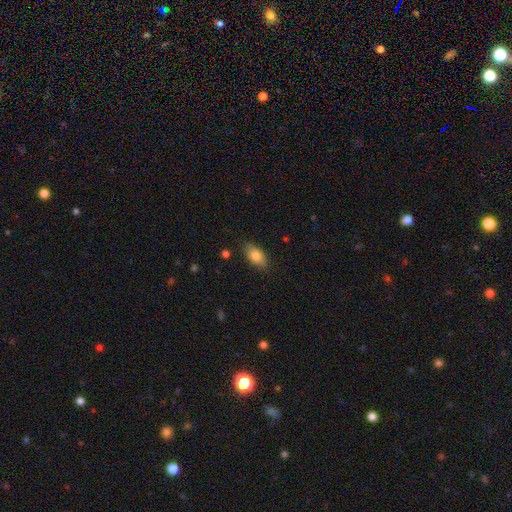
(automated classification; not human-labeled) smooth 81%, featured or disk 12%, star or artifact 7%. Down the decision tree: how rounded — in between (89%); merging — none (84%).